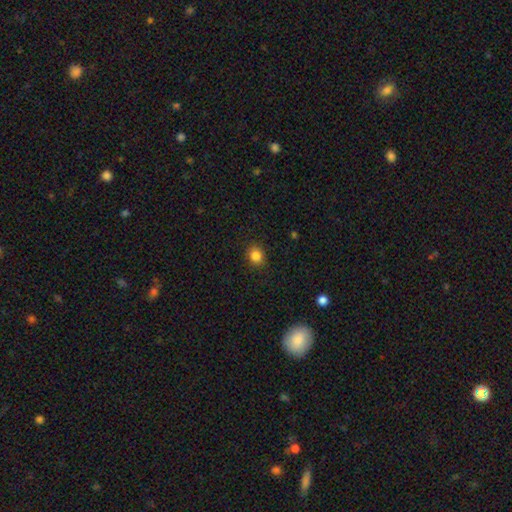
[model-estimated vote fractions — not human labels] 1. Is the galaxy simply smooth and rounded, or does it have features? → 85% smooth, 11% star or artifact, 4% featured or disk.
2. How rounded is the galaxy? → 75% round, 24% in between, 1% cigar-shaped.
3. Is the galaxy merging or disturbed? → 88% none, 9% minor disturbance, 2% major disturbance, 1% merger.